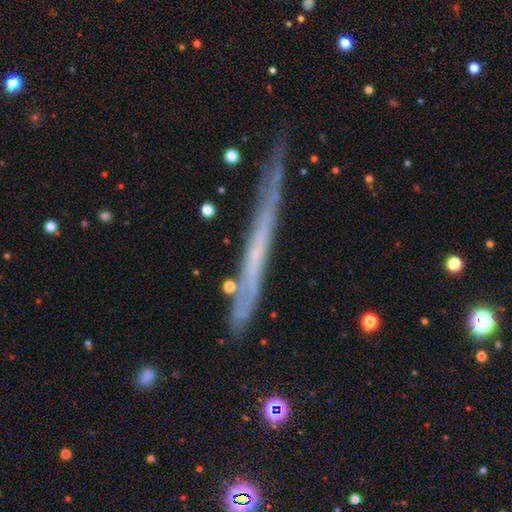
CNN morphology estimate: This is possibly a featured or disk galaxy (59%). It is clearly viewed edge-on (93%). Edge-on bulge: clearly none (89%). Merging: likely none (76%).